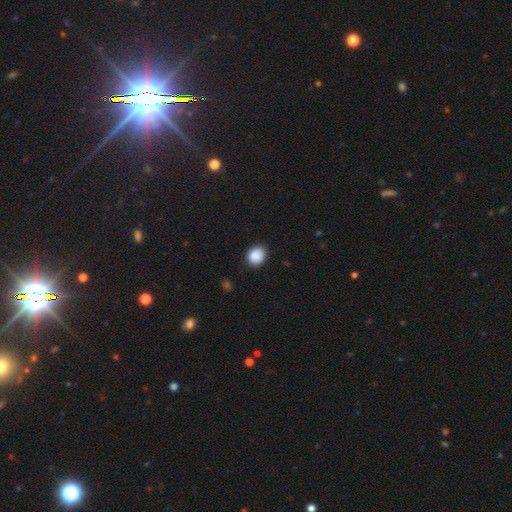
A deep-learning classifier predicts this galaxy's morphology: type=smooth (89%); roundness=round (63%); merging=none (87%).